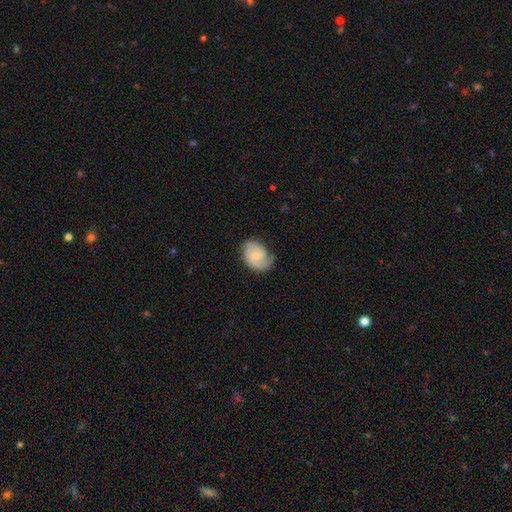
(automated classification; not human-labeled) A featured or disk galaxy (56%) with no bar (67%), spiral arms (87%) and a small central bulge (60%). Merging: none (56%).